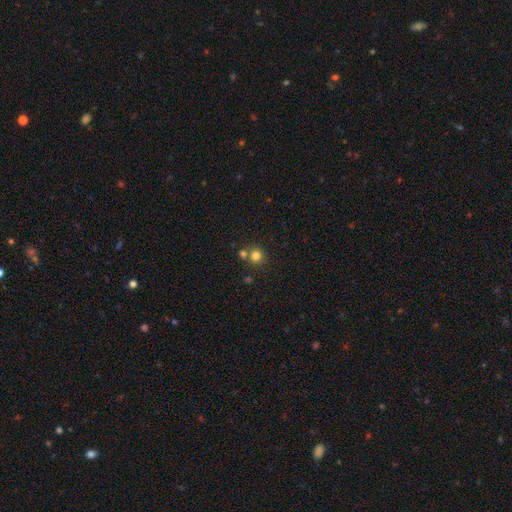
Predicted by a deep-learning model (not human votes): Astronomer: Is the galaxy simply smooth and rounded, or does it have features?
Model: smooth — 80%.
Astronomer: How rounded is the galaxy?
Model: round — 91%.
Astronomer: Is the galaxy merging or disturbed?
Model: none — 65%.